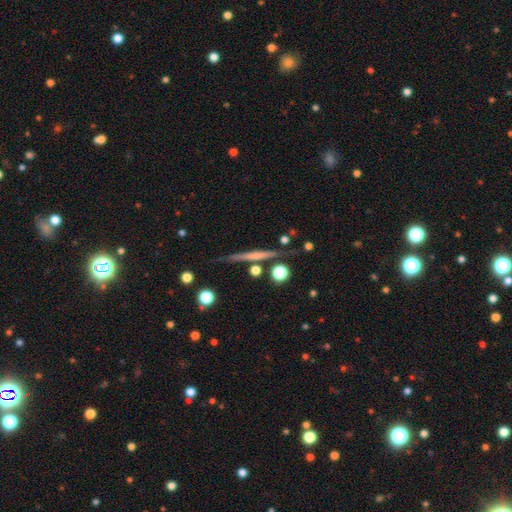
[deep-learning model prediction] Smooth or featured?
  - featured or disk: 57% *
  - smooth: 35%
  - star or artifact: 8%
Edge-on disk?
  - yes: 96% *
  - no: 4%
Edge-on bulge?
  - none: 63% *
  - rounded: 26%
  - boxy: 11%
Merging?
  - none: 81% *
  - minor disturbance: 11%
  - merger: 5%
  - major disturbance: 3%